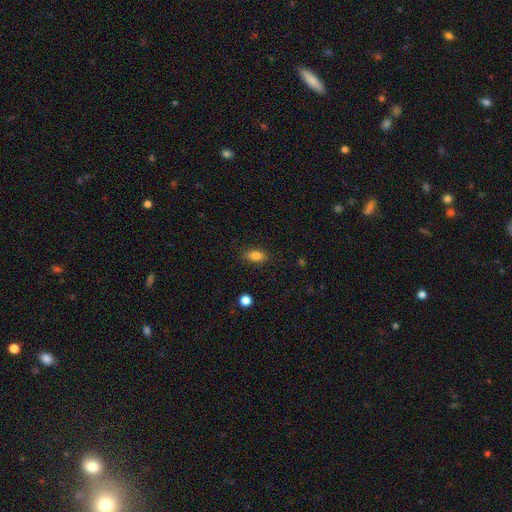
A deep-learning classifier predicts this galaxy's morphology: smooth-or-featured: smooth: 83% | star or artifact: 10% | featured or disk: 7%
  how-rounded: in between: 84% | round: 12% | cigar-shaped: 4%
  merging: none: 84% | minor disturbance: 12% | major disturbance: 3% | merger: 1%